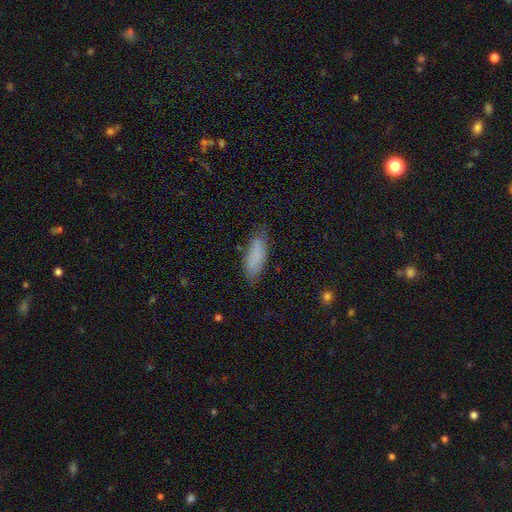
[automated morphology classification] Smooth or featured? Predicted: smooth (p=0.82). How rounded? Predicted: in between (p=0.64). Merging? Predicted: none (p=0.74).